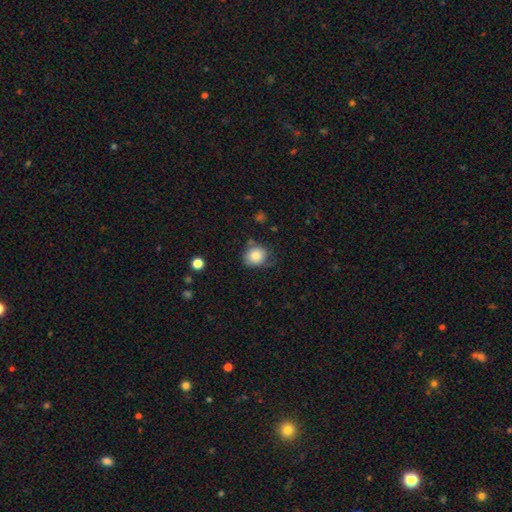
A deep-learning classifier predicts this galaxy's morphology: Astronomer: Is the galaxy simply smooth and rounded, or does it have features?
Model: smooth — 81%.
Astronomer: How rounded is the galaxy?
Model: round — 69%.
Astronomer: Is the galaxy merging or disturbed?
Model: none — 59%.